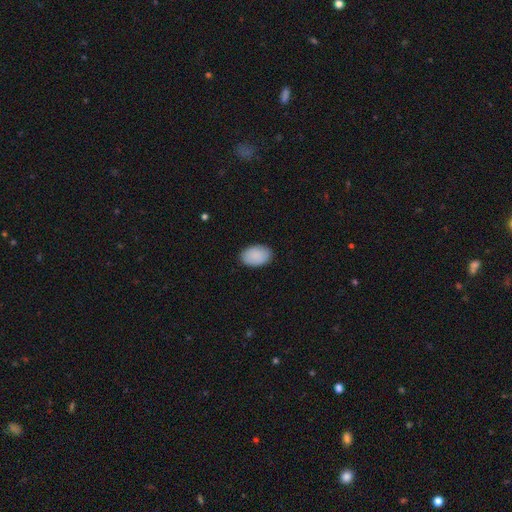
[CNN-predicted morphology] This appears to be a smooth galaxy with no disk features (90%) that is in between round and cigar-shaped (90%). Merging: none (88%).